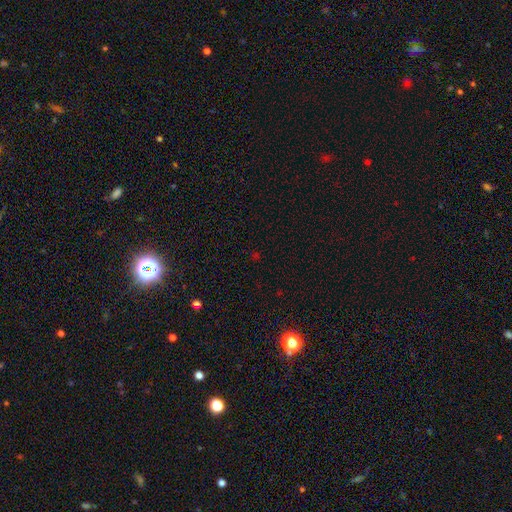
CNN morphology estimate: A star or artifact, not a galaxy (64%).

Vote fractions:
- Smooth or featured? star or artifact: 64% / smooth: 30% / featured or disk: 6%